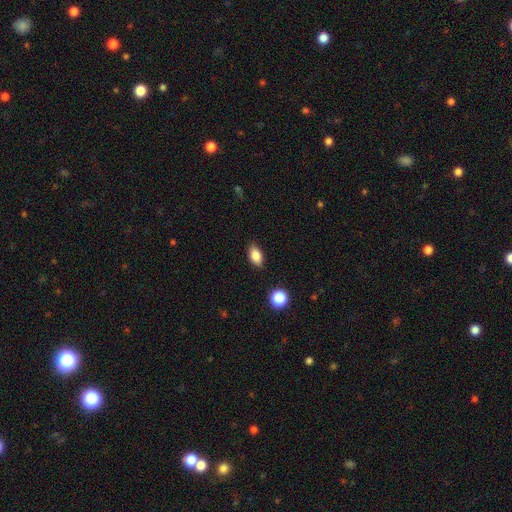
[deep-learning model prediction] Q: Smooth or featured?
A: smooth (84%); runner-up: star or artifact (9%)
Q: How rounded?
A: in between (87%); runner-up: round (9%)
Q: Merging?
A: none (85%); runner-up: minor disturbance (11%)